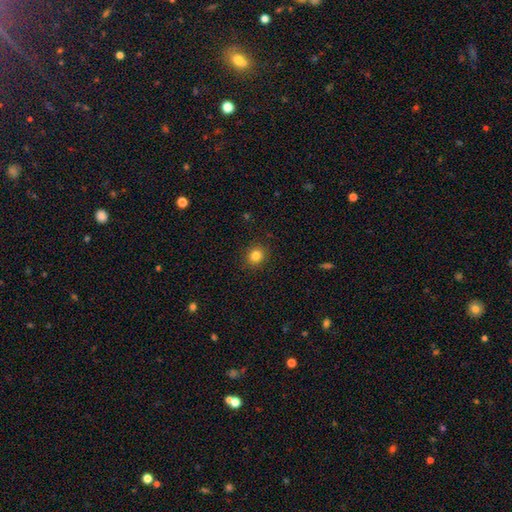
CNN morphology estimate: Overall: smooth (83%). How rounded: round (82%). Merging: none (90%).